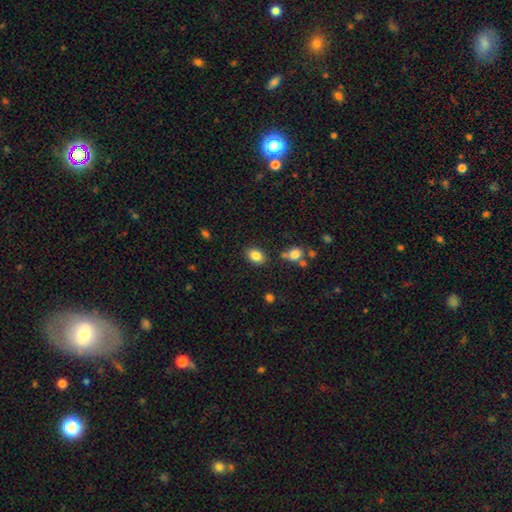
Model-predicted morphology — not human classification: Smooth or featured: smooth — 84% (star or artifact — 9%)
How rounded: in between — 75% (round — 24%)
Merging: none — 82% (minor disturbance — 10%)